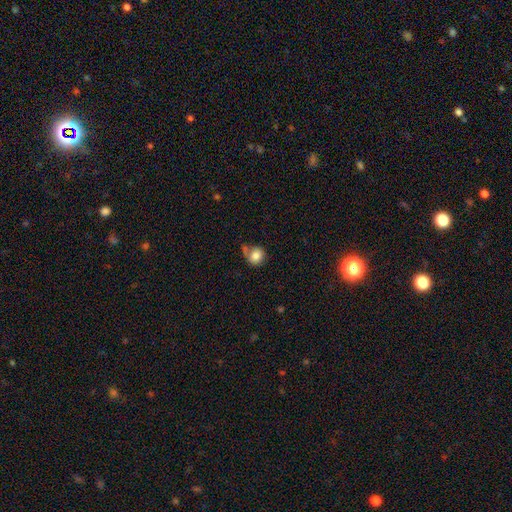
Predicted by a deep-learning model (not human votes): A smooth galaxy with no disk features (82%) that is round (84%).

Vote fractions:
- Smooth or featured? smooth: 82% / featured or disk: 9% / star or artifact: 9%
- How rounded? round: 84% / in between: 15% / cigar-shaped: 1%
- Merging? none: 51% / minor disturbance: 21% / merger: 17% / major disturbance: 11%